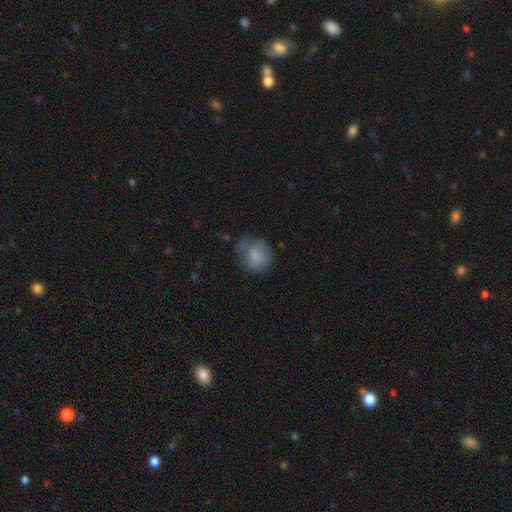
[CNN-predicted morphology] This appears to be a smooth galaxy with no disk features (76%) that is round (78%). Merging: none (54%).